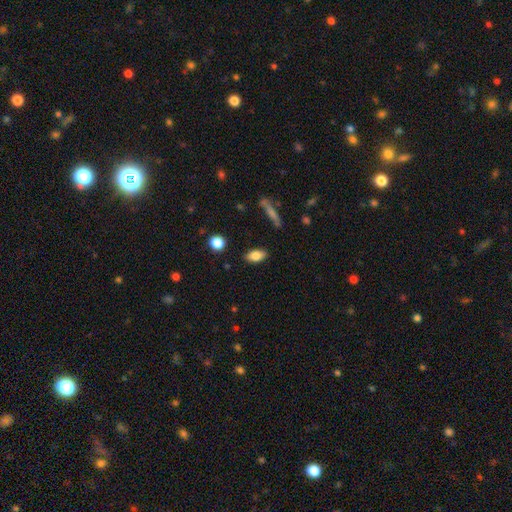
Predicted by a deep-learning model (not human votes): Smooth or featured: smooth — 81% (featured or disk — 12%)
How rounded: in between — 87% (cigar-shaped — 8%)
Merging: none — 86% (minor disturbance — 10%)